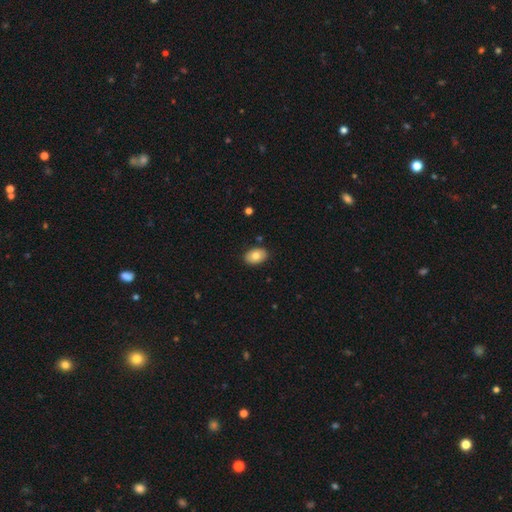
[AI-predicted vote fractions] smooth-or-featured: smooth: 78% | featured or disk: 15% | star or artifact: 7%
  how-rounded: in between: 86% | round: 13% | cigar-shaped: 1%
  merging: none: 87% | minor disturbance: 9% | major disturbance: 2% | merger: 1%